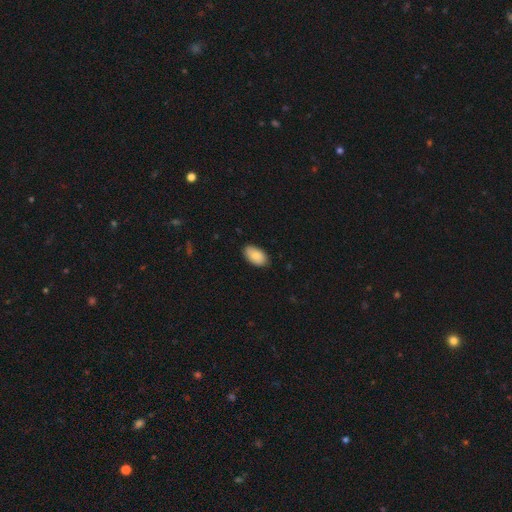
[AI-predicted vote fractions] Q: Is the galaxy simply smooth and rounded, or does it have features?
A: smooth — 84%.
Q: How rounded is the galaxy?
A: in between — 95%.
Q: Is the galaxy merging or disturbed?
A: none — 85%.